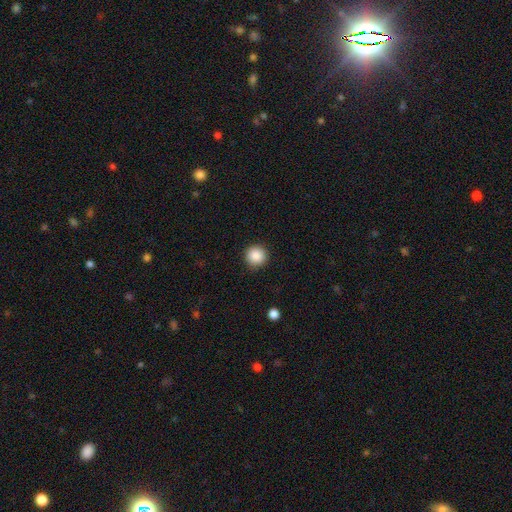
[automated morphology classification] Smooth or featured? smooth (88%)
How rounded? round (95%)
Merging? none (91%)